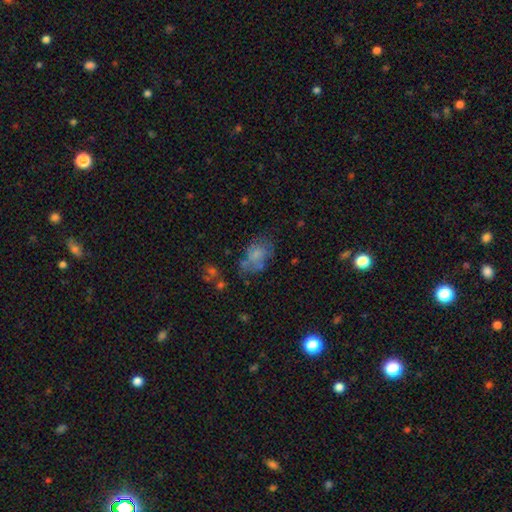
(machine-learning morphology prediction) Smooth or featured? Predicted: smooth (p=0.57). How rounded? Predicted: in between (p=0.83). Merging? Predicted: none (p=0.49).